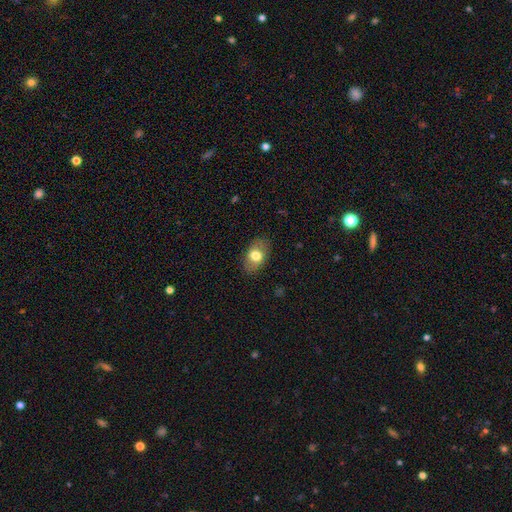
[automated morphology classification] Smooth or featured: smooth — 73% (featured or disk — 20%)
How rounded: in between — 87% (round — 12%)
Merging: none — 84% (minor disturbance — 11%)